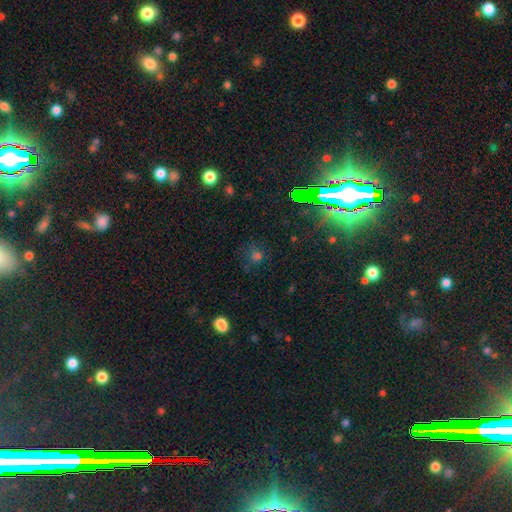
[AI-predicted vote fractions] smooth_or_featured: star or artifact (p=0.74) [alt: smooth p=0.16]